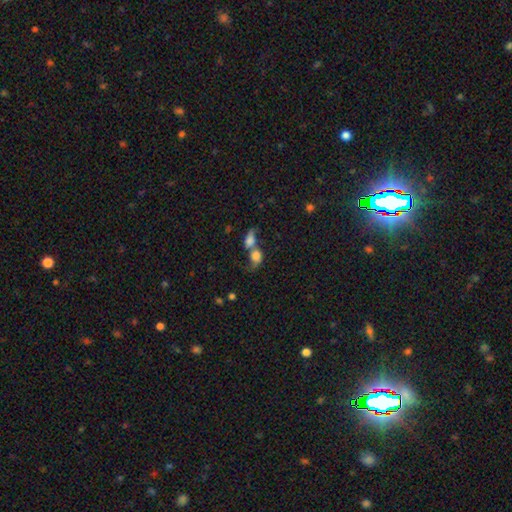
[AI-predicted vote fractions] This is likely a smooth galaxy (66%). How rounded: possibly in between (52%). Merging: likely merger (76%).